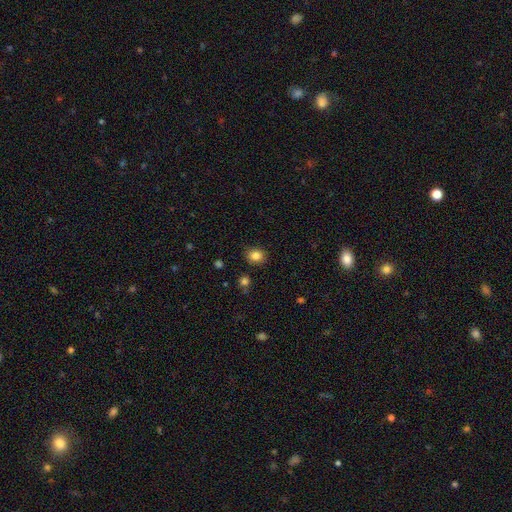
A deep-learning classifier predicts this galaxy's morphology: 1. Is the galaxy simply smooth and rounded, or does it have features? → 84% smooth, 11% star or artifact, 5% featured or disk.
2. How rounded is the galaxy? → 71% round, 28% in between, 1% cigar-shaped.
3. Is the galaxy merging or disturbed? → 86% none, 10% minor disturbance, 2% major disturbance, 2% merger.